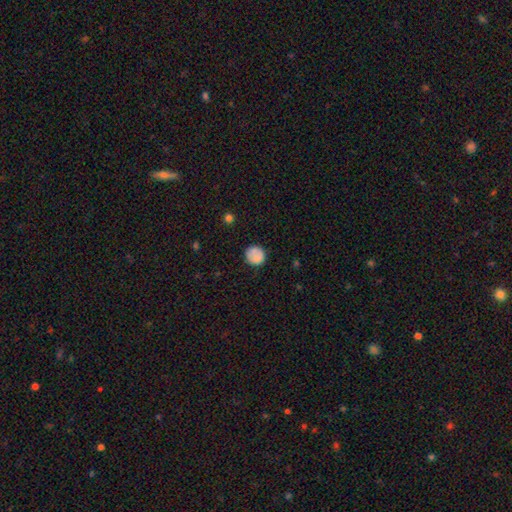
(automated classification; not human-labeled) This is clearly a smooth galaxy (80%). How rounded: clearly round (91%). Merging: clearly none (80%).